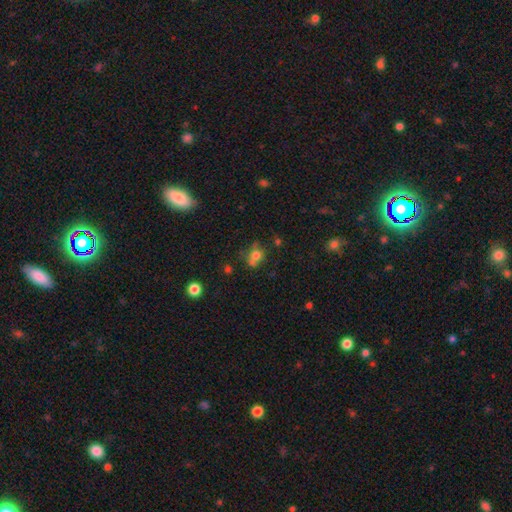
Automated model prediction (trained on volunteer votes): Morphology: type=smooth (68%); roundness=round (67%); merging=none (45%).